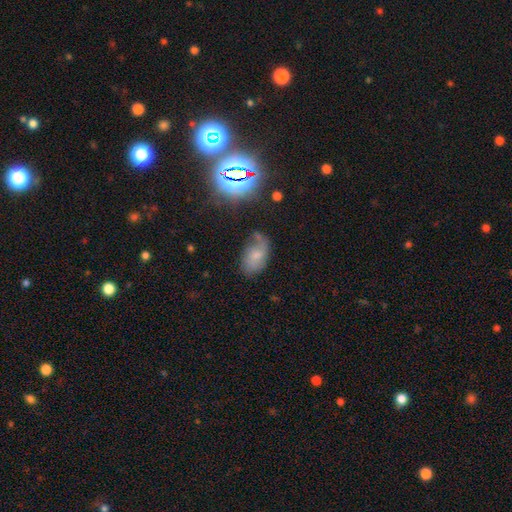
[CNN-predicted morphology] smooth_or_featured: smooth (p=0.52) [alt: featured or disk p=0.33]
how_rounded: in between (p=0.91) [alt: round p=0.07]
merging: none (p=0.52) [alt: minor disturbance p=0.29]